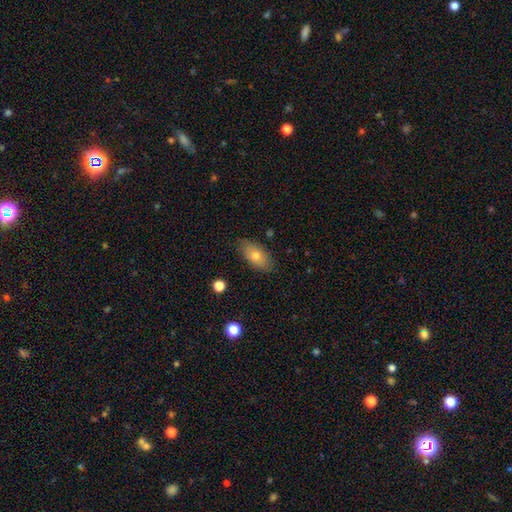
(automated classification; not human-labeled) A smooth galaxy with no disk features (70%) that is in between round and cigar-shaped (90%).

Vote fractions:
- Smooth or featured? smooth: 70% / featured or disk: 22% / star or artifact: 8%
- How rounded? in between: 90% / round: 5% / cigar-shaped: 5%
- Merging? none: 83% / minor disturbance: 14% / major disturbance: 3% / merger: 1%